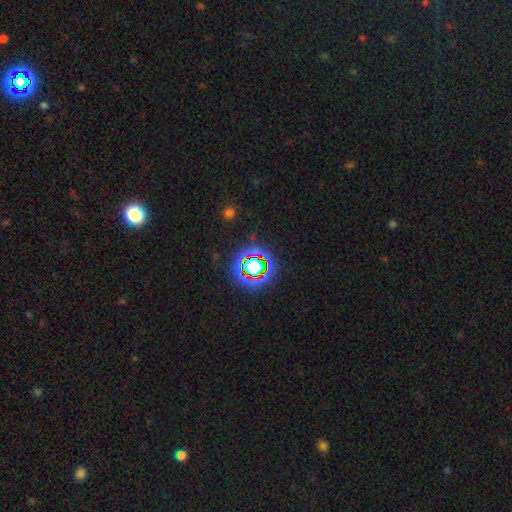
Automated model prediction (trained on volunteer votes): Overall: star or artifact (72%).